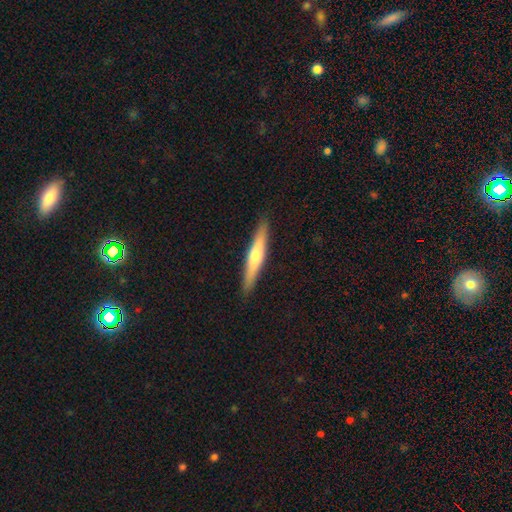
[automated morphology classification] This is possibly a featured or disk galaxy (48%). Merging: clearly none (91%).